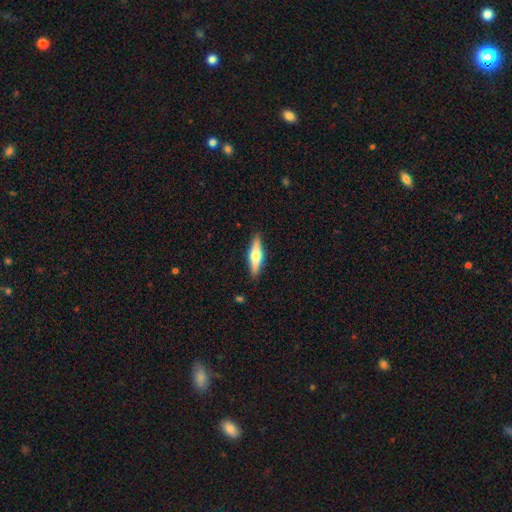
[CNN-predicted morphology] Smooth or featured? featured or disk (58%)
Edge-on disk? yes (96%)
Edge-on bulge? rounded (94%)
Merging? none (90%)